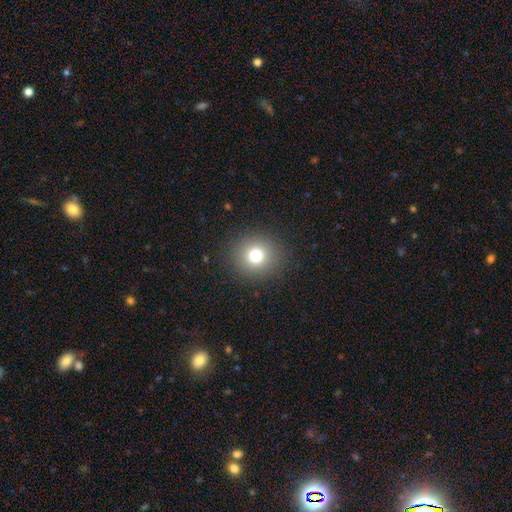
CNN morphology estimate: smooth-or-featured: smooth: 76% | star or artifact: 15% | featured or disk: 10%
  how-rounded: round: 90% | in between: 10% | cigar-shaped: 1%
  merging: none: 90% | minor disturbance: 6% | major disturbance: 3% | merger: 1%